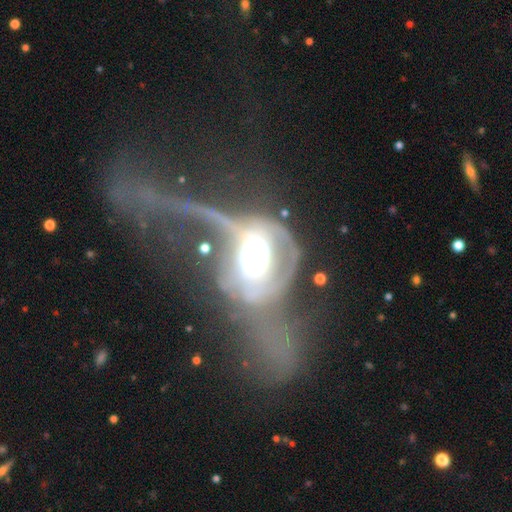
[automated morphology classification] Smooth or featured?
  - featured or disk: 67% *
  - smooth: 21%
  - star or artifact: 13%
Edge-on disk?
  - no: 92% *
  - yes: 8%
Bar?
  - no: 72% *
  - weak: 16%
  - strong: 12%
Spiral arms?
  - no: 52% *
  - yes: 48%
Bulge size?
  - large: 44% *
  - moderate: 32%
  - dominant: 19%
  - small: 4%
  - none: 2%
Merging?
  - major disturbance: 62% *
  - none: 15%
  - merger: 13%
  - minor disturbance: 10%